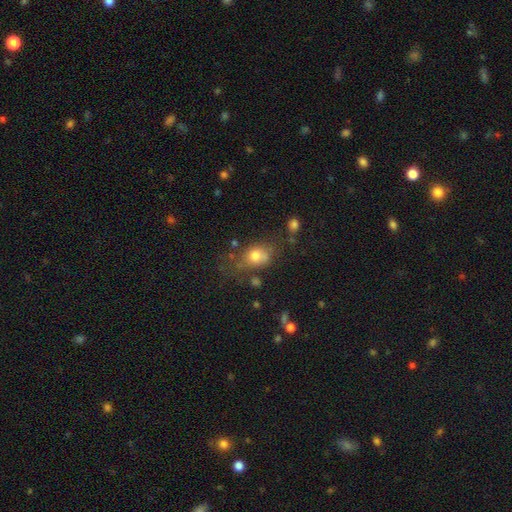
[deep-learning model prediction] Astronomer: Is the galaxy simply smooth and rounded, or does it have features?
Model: smooth — 74%.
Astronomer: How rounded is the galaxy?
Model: in between — 60% (runner-up: round, 38%).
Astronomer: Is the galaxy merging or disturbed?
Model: none — 47% (runner-up: minor disturbance, 27%).